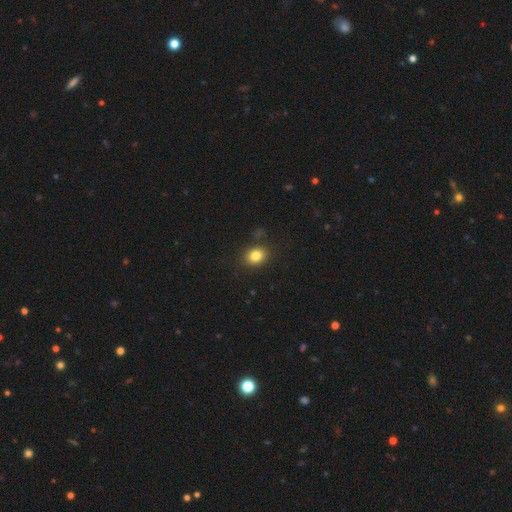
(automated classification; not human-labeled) smooth-or-featured: smooth: 83% | star or artifact: 11% | featured or disk: 7%
  how-rounded: round: 54% | in between: 46% | cigar-shaped: 1%
  merging: none: 85% | minor disturbance: 10% | major disturbance: 3% | merger: 2%